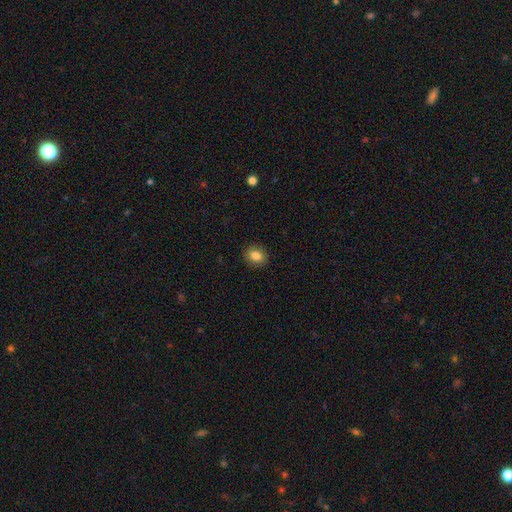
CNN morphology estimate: A smooth galaxy with no disk features (84%) that is round (60%). Merging: none (90%).